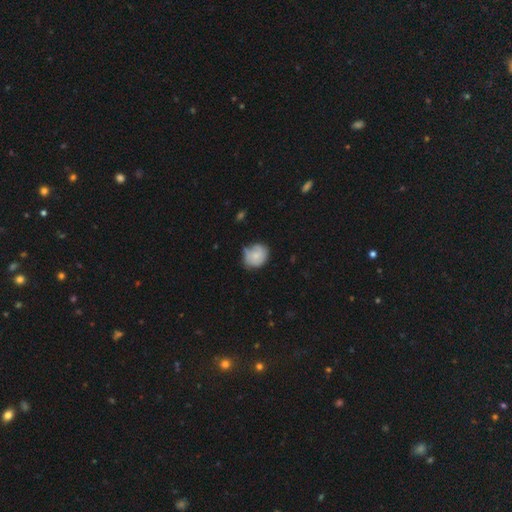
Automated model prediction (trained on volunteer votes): smooth 69%, featured or disk 24%, star or artifact 7%. Down the decision tree: how rounded — round (68%); merging — none (52%).